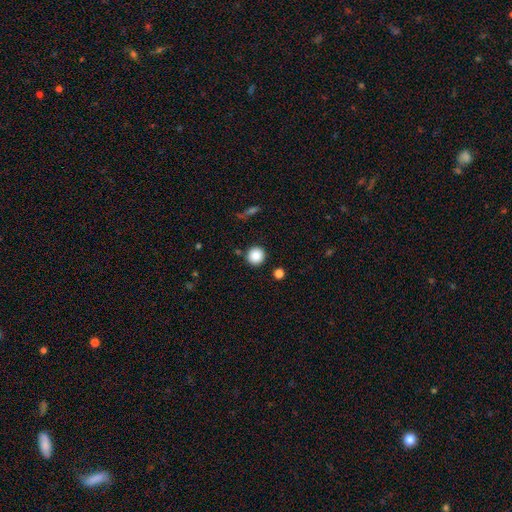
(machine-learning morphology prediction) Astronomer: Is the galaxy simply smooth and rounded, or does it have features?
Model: smooth — 86%.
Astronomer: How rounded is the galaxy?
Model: round — 95%.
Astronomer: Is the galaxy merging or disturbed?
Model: none — 89%.